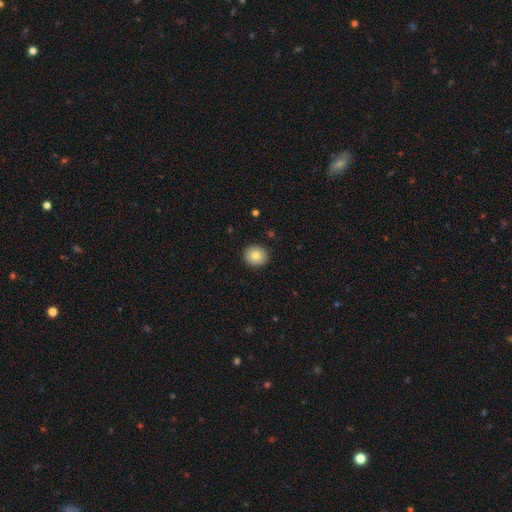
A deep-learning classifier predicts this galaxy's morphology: This appears to be a smooth galaxy with no disk features (81%) that is round (89%). Merging: none (92%).